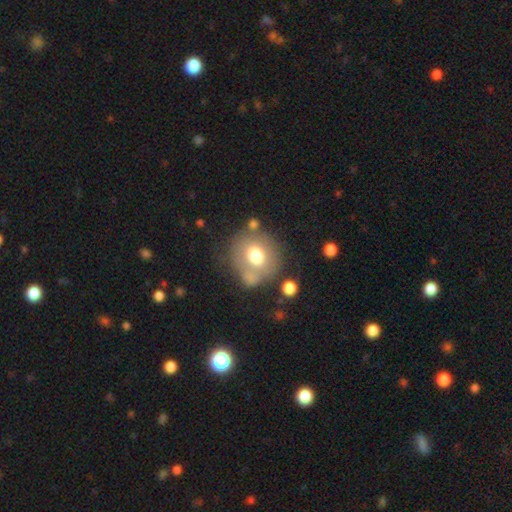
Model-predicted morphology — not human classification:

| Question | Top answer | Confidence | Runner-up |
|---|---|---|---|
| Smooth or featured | smooth | 64% | featured or disk (27%) |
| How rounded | round | 81% | in between (18%) |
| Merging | none | 58% | minor disturbance (19%) |